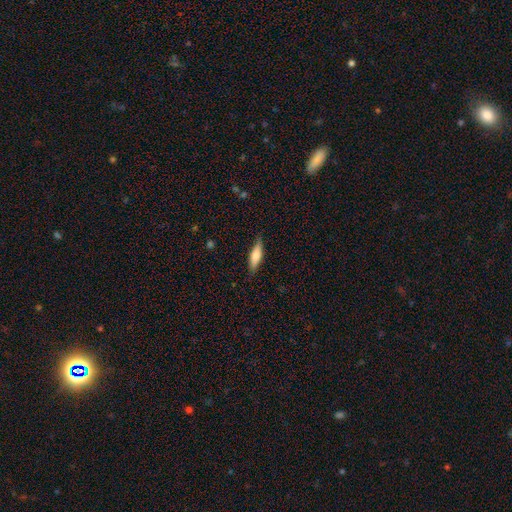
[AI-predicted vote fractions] This is likely a smooth galaxy (67%). How rounded: possibly cigar-shaped (59%). Merging: clearly none (84%).